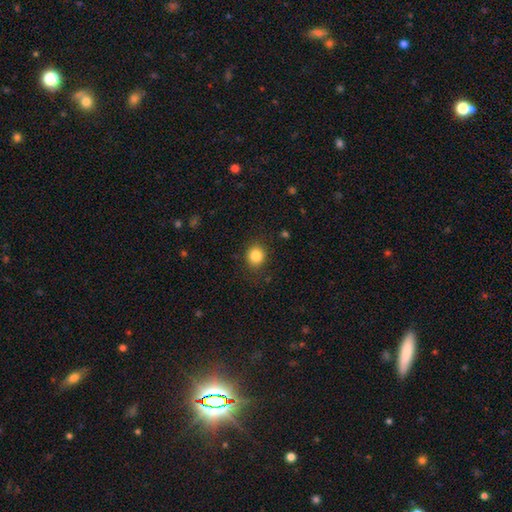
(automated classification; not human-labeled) Q: Smooth or featured?
A: smooth (85%); runner-up: star or artifact (10%)
Q: How rounded?
A: round (80%); runner-up: in between (19%)
Q: Merging?
A: none (85%); runner-up: minor disturbance (11%)